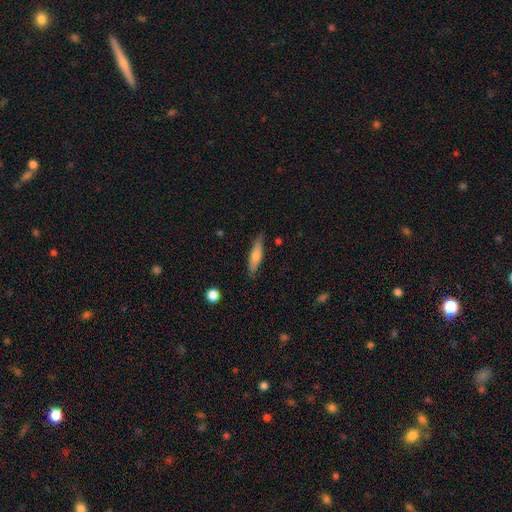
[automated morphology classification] This appears to be a smooth galaxy with no disk features (65%) that is cigar-shaped (68%). Merging: none (81%).